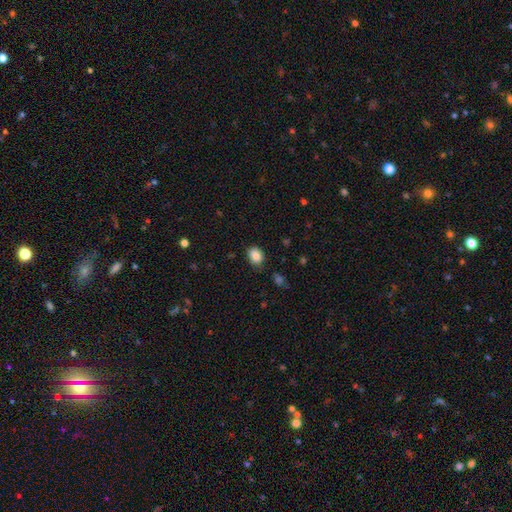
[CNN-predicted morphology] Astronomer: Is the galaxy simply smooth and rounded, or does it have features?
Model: smooth — 84%.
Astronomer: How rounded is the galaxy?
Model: in between — 55% (runner-up: round, 44%).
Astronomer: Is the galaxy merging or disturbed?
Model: none — 79%.